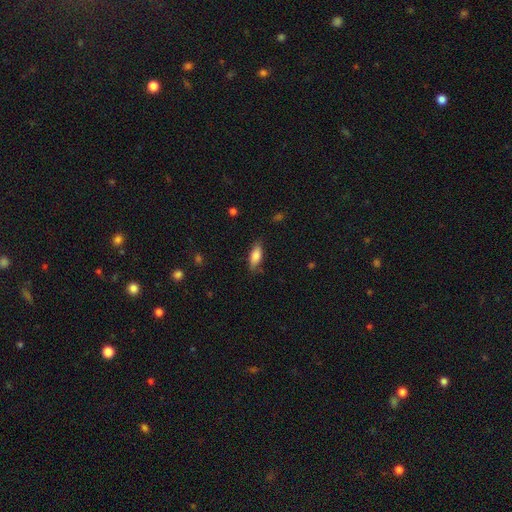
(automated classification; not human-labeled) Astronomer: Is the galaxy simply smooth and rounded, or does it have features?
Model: smooth — 80%.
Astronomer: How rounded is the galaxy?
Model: in between — 76%.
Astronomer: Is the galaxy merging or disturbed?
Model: none — 79%.